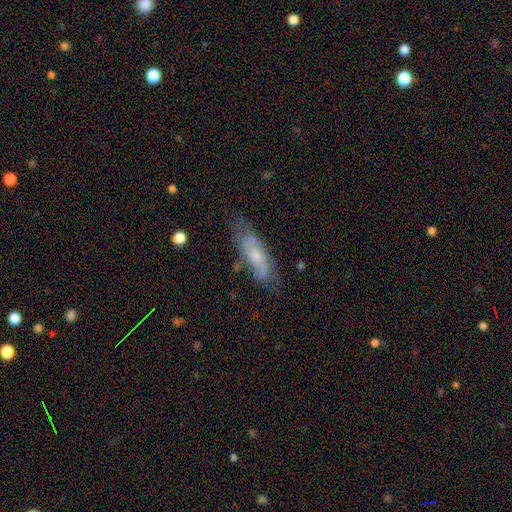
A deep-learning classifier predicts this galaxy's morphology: smooth-or-featured: featured or disk: 55% | smooth: 38% | star or artifact: 8%
  disk-edge-on: no: 74% | yes: 26%
  merging: none: 62% | minor disturbance: 25% | major disturbance: 10% | merger: 3%